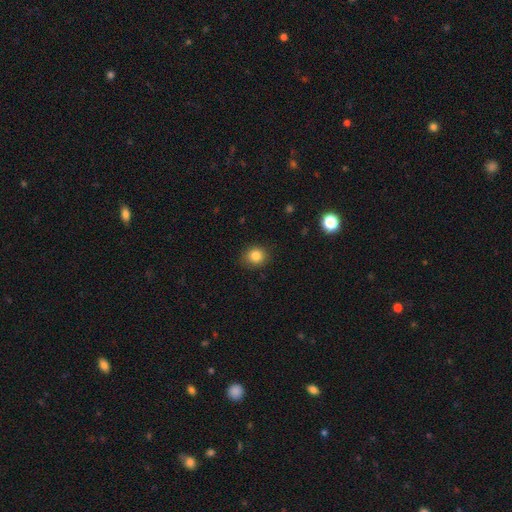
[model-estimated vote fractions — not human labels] Morphology: type=smooth (84%); roundness=round (80%); merging=none (87%).